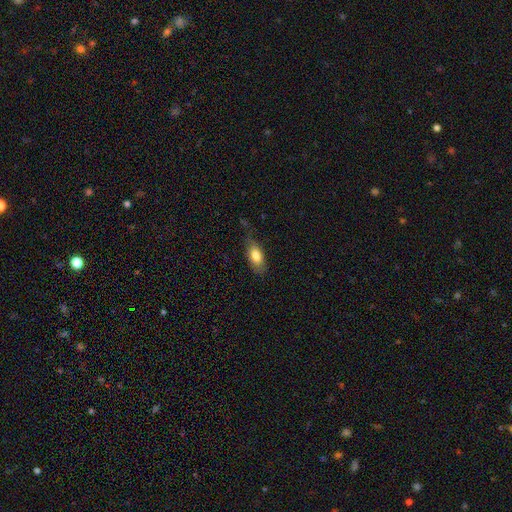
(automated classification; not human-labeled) smooth-or-featured: smooth: 79% | featured or disk: 15% | star or artifact: 7%
  how-rounded: in between: 86% | cigar-shaped: 10% | round: 4%
  merging: none: 60% | minor disturbance: 28% | major disturbance: 9% | merger: 2%